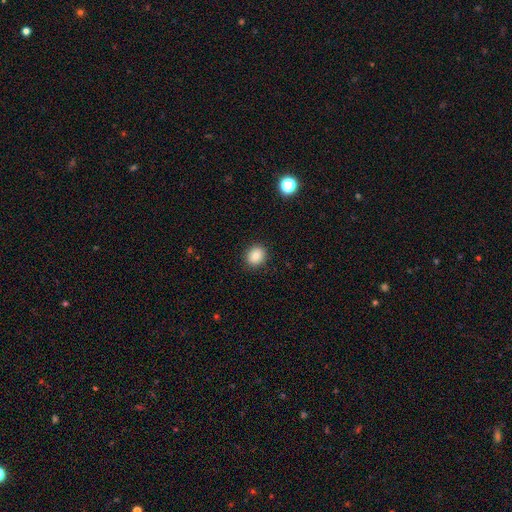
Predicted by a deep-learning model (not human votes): Overall: smooth (85%). How rounded: round (72%). Merging: none (91%).